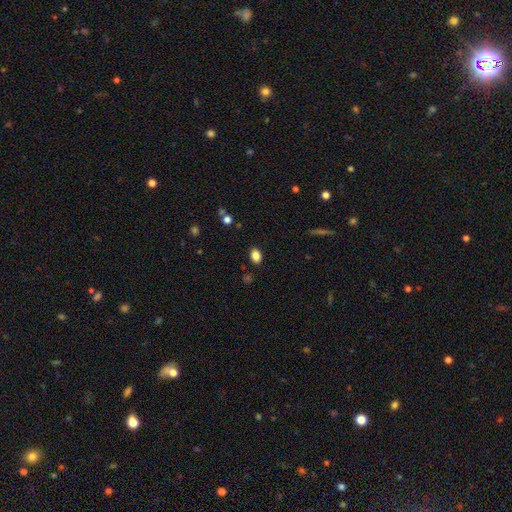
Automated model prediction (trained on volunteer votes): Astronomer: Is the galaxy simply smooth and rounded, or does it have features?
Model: smooth — 85%.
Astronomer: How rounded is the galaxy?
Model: in between — 78%.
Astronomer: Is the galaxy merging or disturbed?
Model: none — 87%.